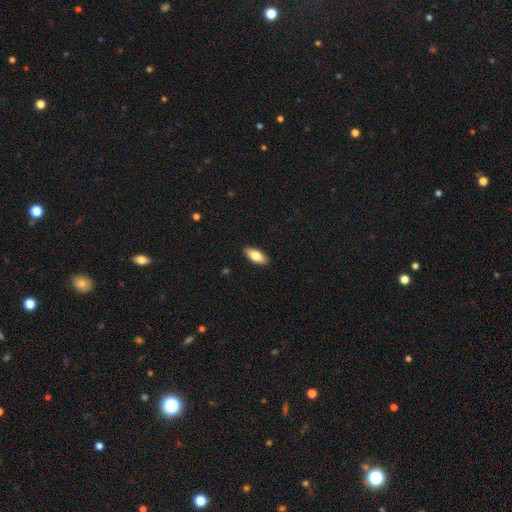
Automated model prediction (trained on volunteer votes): Overall: smooth (80%). How rounded: in between (85%). Merging: none (90%).